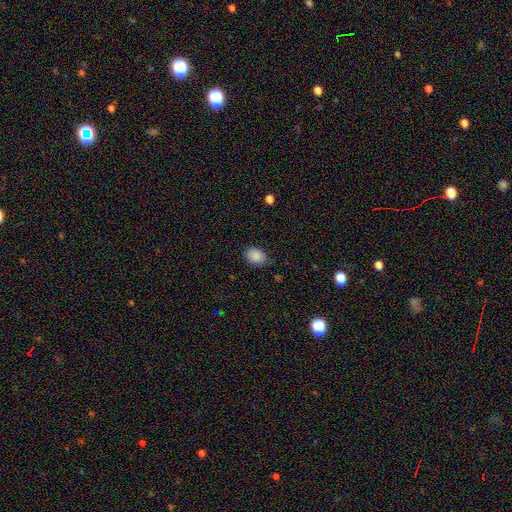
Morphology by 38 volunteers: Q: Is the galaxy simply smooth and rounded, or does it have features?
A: smooth — 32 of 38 (84%).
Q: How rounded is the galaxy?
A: in between — 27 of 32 (84%).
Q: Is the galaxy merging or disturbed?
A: none — 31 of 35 (89%).